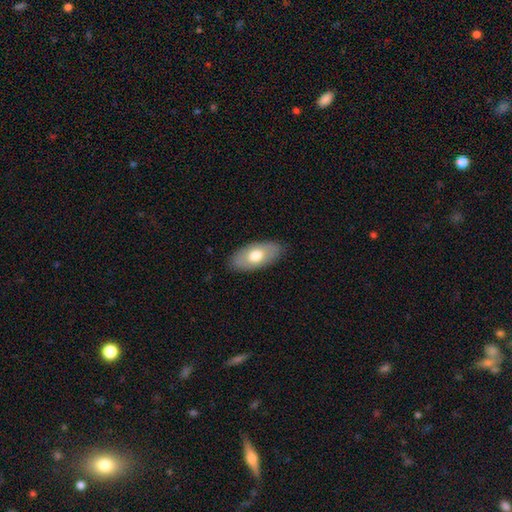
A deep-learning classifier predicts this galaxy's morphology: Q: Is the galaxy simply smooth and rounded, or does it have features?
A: smooth — 68%.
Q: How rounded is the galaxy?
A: in between — 92%.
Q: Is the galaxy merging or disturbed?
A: none — 85%.